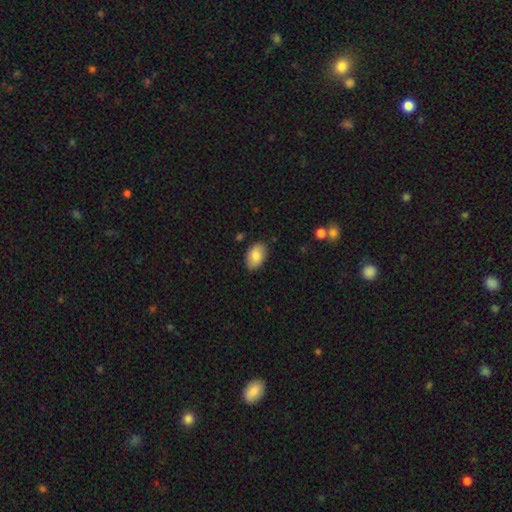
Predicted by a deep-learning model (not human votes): This is clearly a smooth galaxy (83%). How rounded: clearly in between (92%). Merging: clearly none (84%).